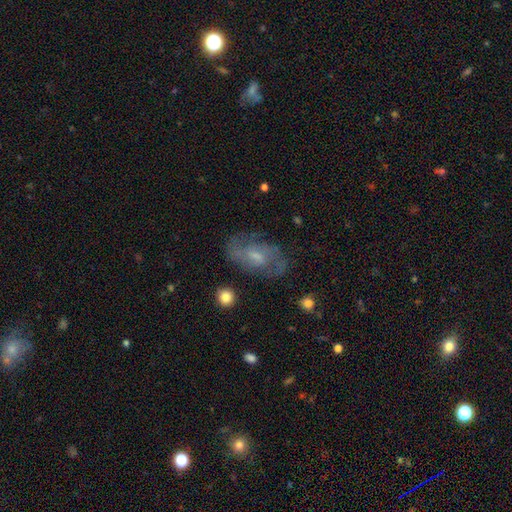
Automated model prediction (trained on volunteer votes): featured or disk 71%, smooth 21%, star or artifact 9%. Down the decision tree: edge-on disk — no (95%); bar — weak (48%); spiral arms — yes (86%); spiral arm count — 2 (65%); spiral winding — medium (49%); bulge size — small (41%); merging — none (73%).